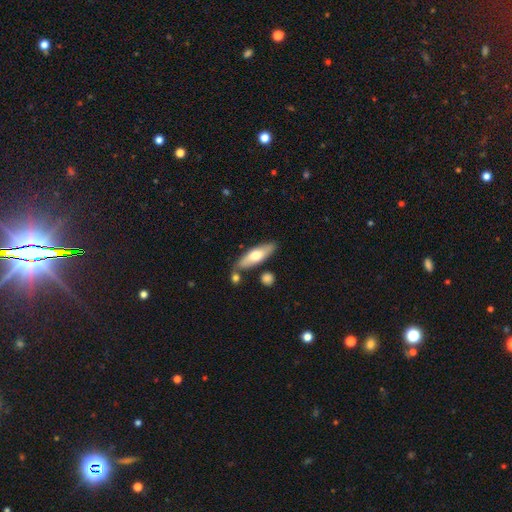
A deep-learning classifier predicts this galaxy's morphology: type=smooth (60%); roundness=cigar-shaped (52%); merging=none (73%).